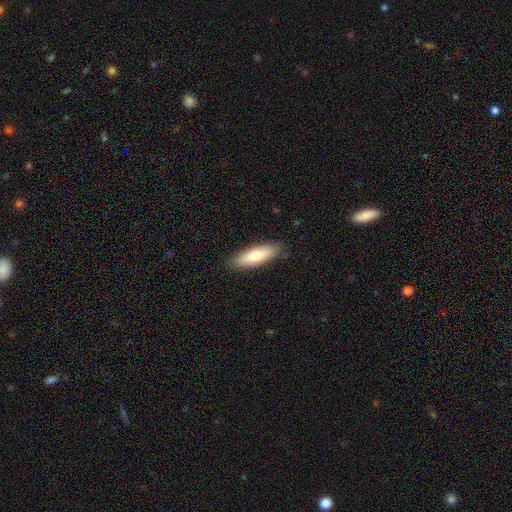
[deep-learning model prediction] This appears to be a smooth galaxy with no disk features (75%) that is in between round and cigar-shaped (50%). Merging: none (88%).